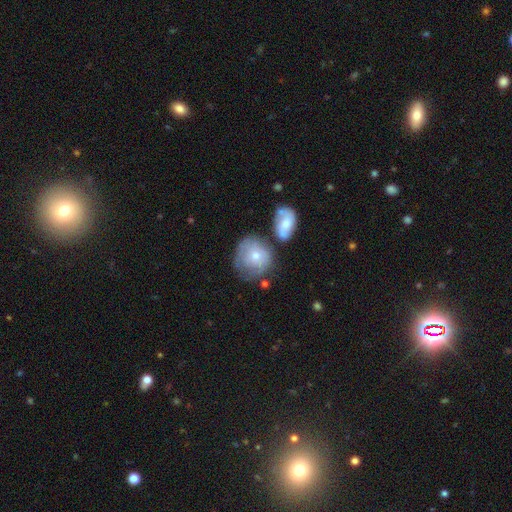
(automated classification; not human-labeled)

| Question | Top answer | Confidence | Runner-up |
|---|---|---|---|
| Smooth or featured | smooth | 54% | featured or disk (39%) |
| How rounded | round | 82% | in between (17%) |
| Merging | none | 48% | minor disturbance (25%) |